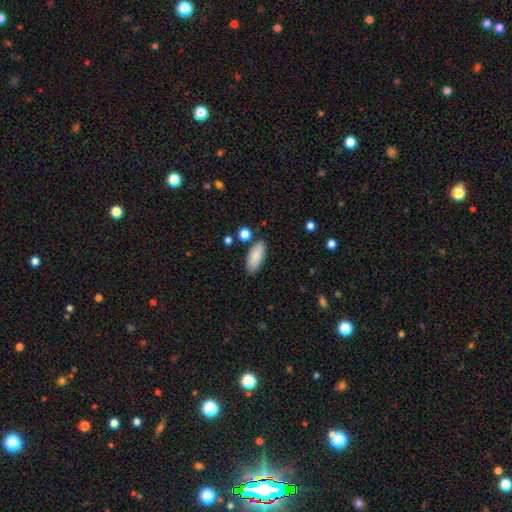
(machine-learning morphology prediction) smooth 87%, featured or disk 7%, star or artifact 6%. Down the decision tree: how rounded — in between (83%); merging — none (83%).